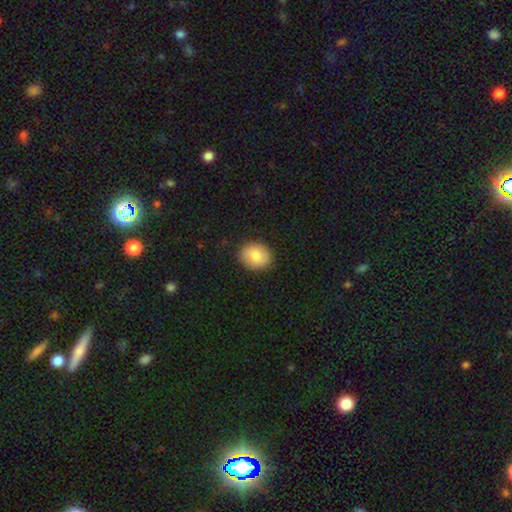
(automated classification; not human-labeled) Morphology: type=smooth (79%); roundness=round (63%); merging=none (89%).